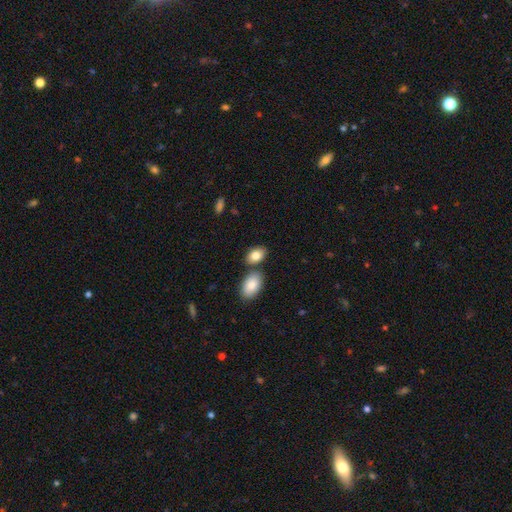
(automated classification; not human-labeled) This is clearly a smooth galaxy (84%). How rounded: clearly in between (88%). Merging: likely none (66%).